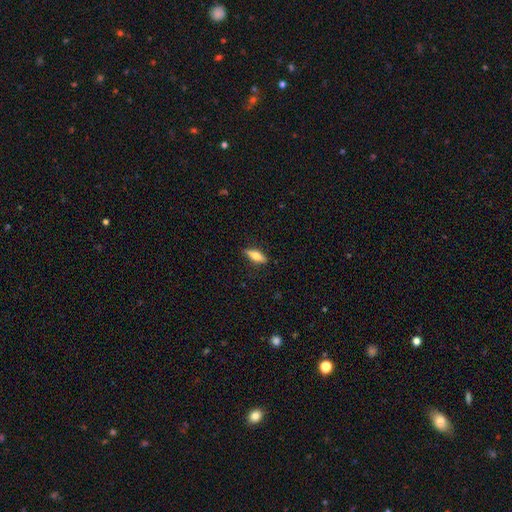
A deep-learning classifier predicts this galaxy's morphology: The model was most divided on "how rounded": in between: 53%, cigar-shaped: 45%, round: 3%. More confident: merging — none (86%); smooth or featured — smooth (61%).